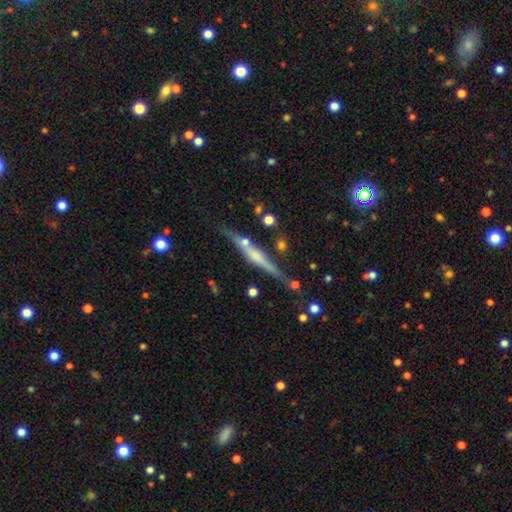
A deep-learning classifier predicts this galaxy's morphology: featured or disk 68%, smooth 25%, star or artifact 7%. Down the decision tree: edge-on disk — yes (96%); edge-on bulge — rounded (54%); merging — none (78%).